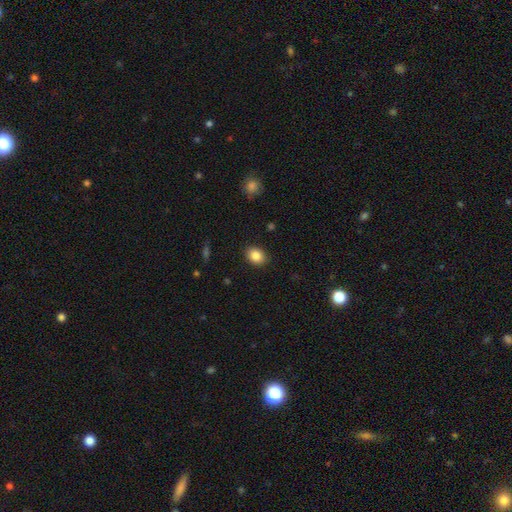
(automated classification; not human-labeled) A smooth galaxy with no disk features (86%) that is in between round and cigar-shaped (57%).

Vote fractions:
- Smooth or featured? smooth: 86% / star or artifact: 9% / featured or disk: 5%
- How rounded? in between: 57% / round: 42% / cigar-shaped: 1%
- Merging? none: 87% / minor disturbance: 9% / major disturbance: 2% / merger: 1%